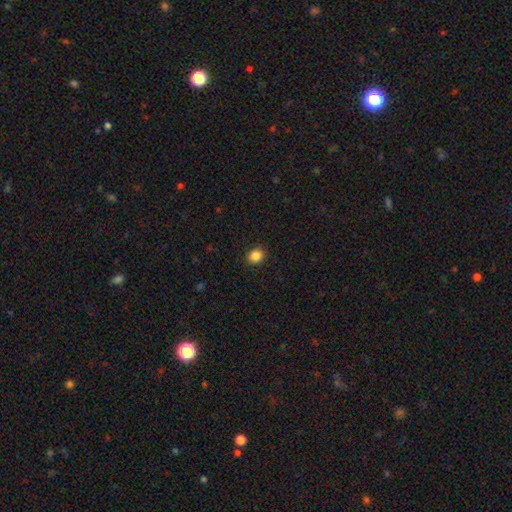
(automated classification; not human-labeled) Smooth or featured?
  - smooth: 86% *
  - star or artifact: 10%
  - featured or disk: 4%
How rounded?
  - round: 72% *
  - in between: 27%
  - cigar-shaped: 1%
Merging?
  - none: 91% *
  - minor disturbance: 7%
  - major disturbance: 2%
  - merger: 1%